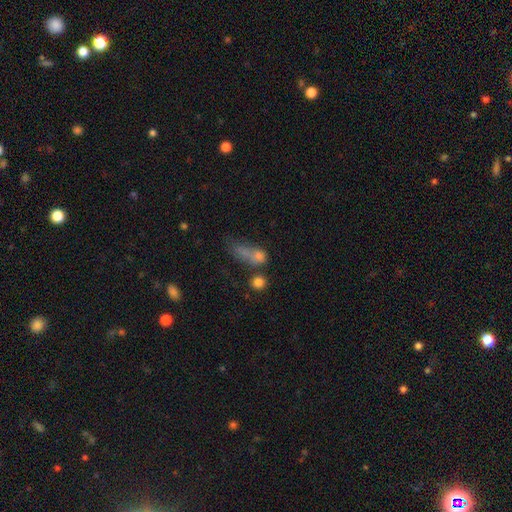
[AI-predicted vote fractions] smooth_or_featured: smooth (p=0.67) [alt: featured or disk p=0.18]
how_rounded: in between (p=0.55) [alt: round p=0.35]
merging: merger (p=0.29) [tied with: major disturbance p=0.29]